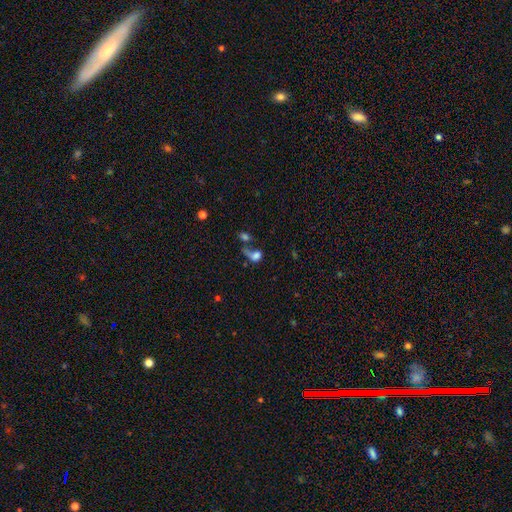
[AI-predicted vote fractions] A smooth galaxy with no disk features (61%) that is in between round and cigar-shaped (61%). Merging: merger (42%).